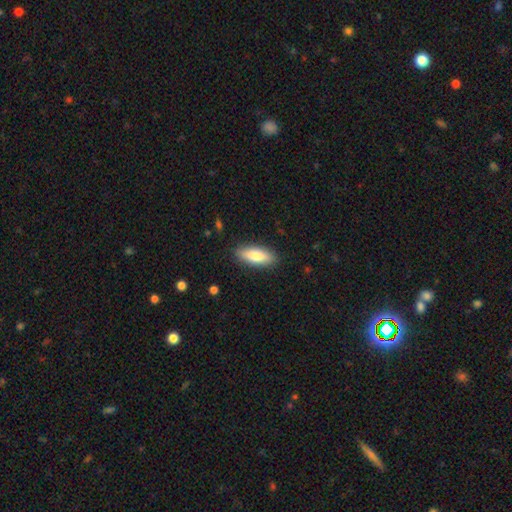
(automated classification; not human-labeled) A smooth galaxy with no disk features (82%) that is in between round and cigar-shaped (71%). Merging: none (88%).